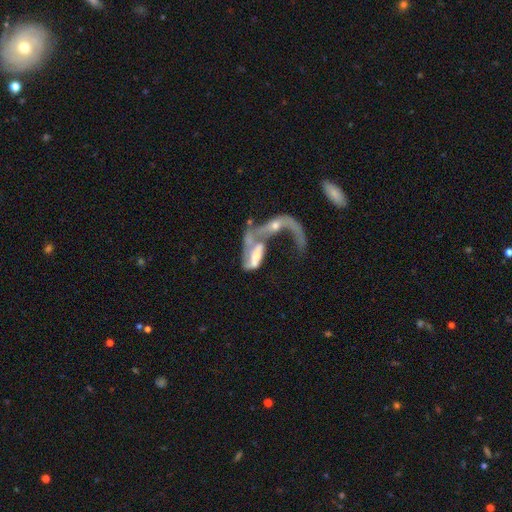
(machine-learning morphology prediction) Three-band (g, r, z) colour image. It shows a featured or disk galaxy (61%) with no bar (56%), spiral arms (50%, tied with no) and no central bulge (31%). Merging: merger (64%).